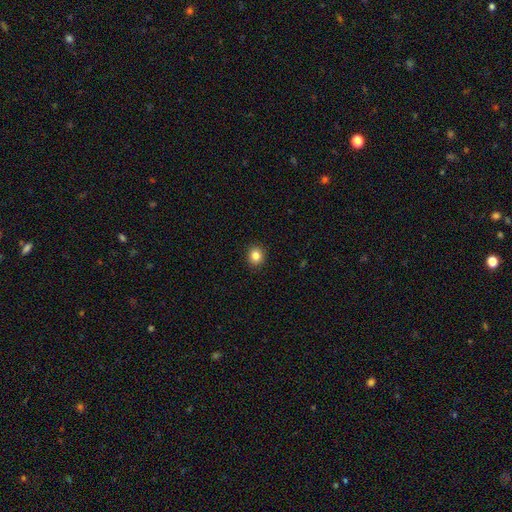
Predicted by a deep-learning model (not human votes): Smooth or featured? smooth (84%)
How rounded? round (82%)
Merging? none (92%)